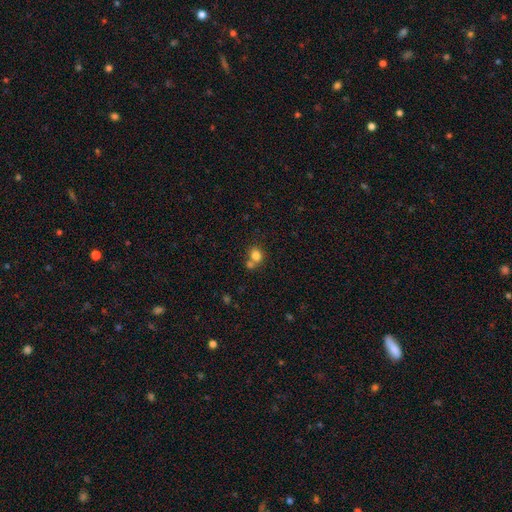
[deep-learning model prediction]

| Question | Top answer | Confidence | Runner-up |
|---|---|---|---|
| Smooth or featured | smooth | 80% | star or artifact (11%) |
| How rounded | round | 69% | in between (30%) |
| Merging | none | 46% | merger (41%) |